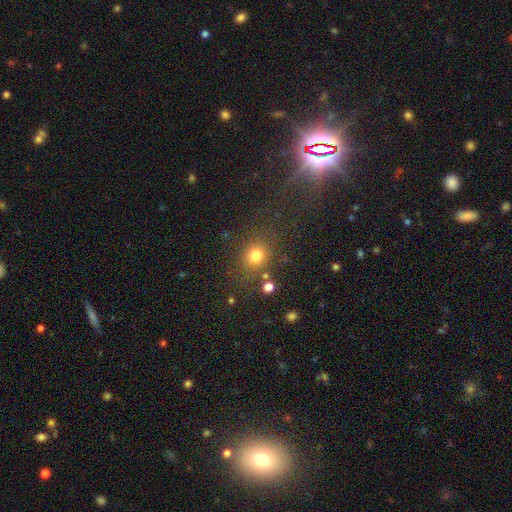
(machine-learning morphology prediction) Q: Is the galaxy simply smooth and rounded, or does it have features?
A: smooth — 77%.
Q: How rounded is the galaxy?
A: round — 76%.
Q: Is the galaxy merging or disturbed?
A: none — 75%.